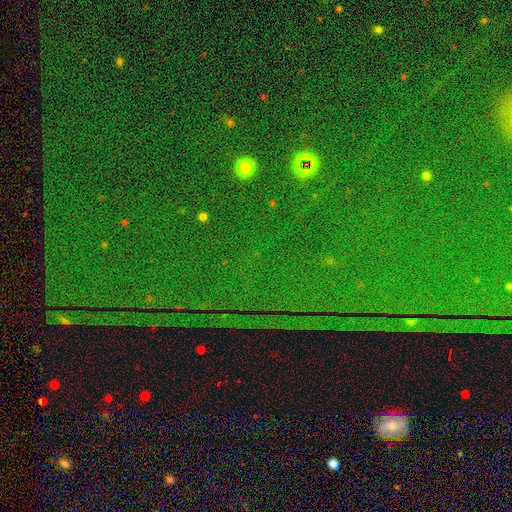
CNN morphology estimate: type=star or artifact (84%).